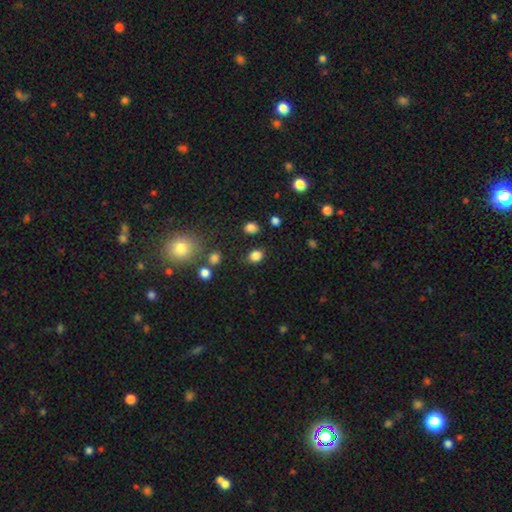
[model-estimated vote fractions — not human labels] A smooth galaxy with no disk features (83%) that is round (51%).

Vote fractions:
- Smooth or featured? smooth: 83% / star or artifact: 13% / featured or disk: 4%
- How rounded? round: 51% / in between: 48% / cigar-shaped: 1%
- Merging? none: 81% / minor disturbance: 12% / major disturbance: 4% / merger: 4%